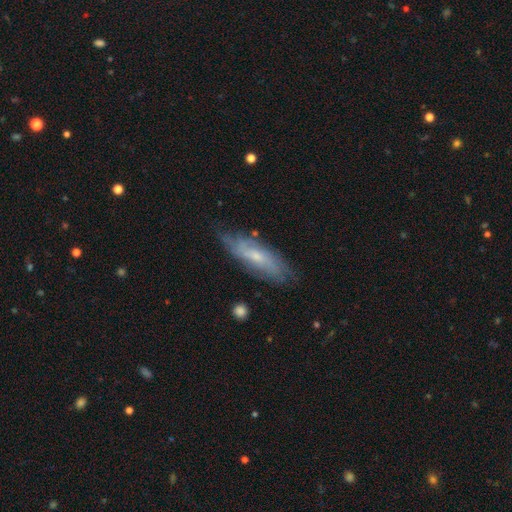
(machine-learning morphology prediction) featured or disk 56%, smooth 37%, star or artifact 7%. Down the decision tree: edge-on disk — no (68%); merging — none (72%).